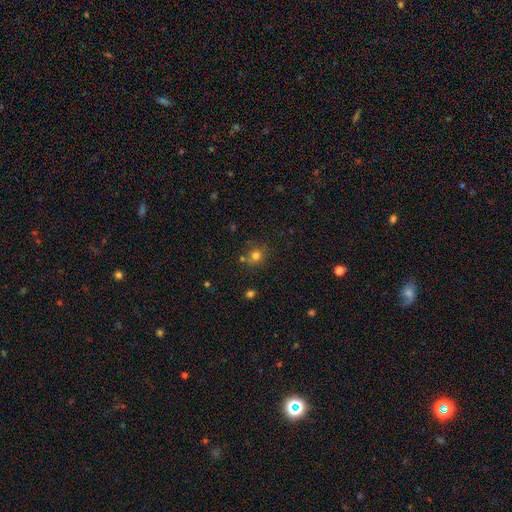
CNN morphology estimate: smooth_or_featured: smooth (p=0.77) [alt: star or artifact p=0.15]
how_rounded: round (p=0.82) [alt: in between p=0.17]
merging: none (p=0.75) [alt: minor disturbance p=0.12]